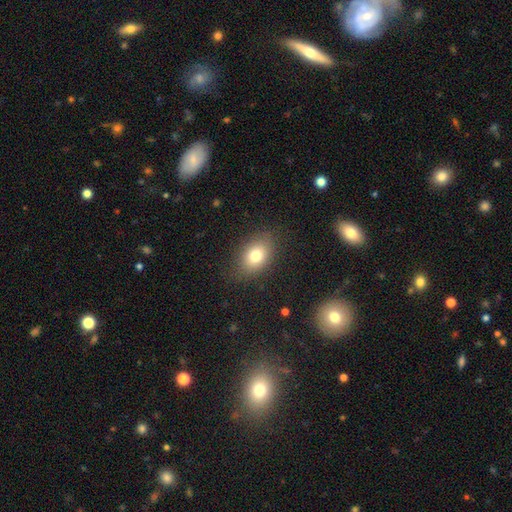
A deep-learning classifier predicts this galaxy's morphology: smooth_or_featured: smooth (p=0.77) [alt: featured or disk p=0.13]
how_rounded: in between (p=0.79) [alt: round p=0.19]
merging: none (p=0.83) [alt: minor disturbance p=0.12]